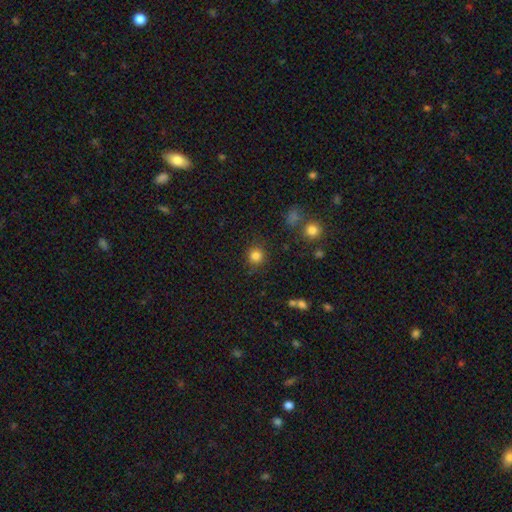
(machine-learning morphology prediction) A smooth galaxy with no disk features (83%) that is round (92%).

Vote fractions:
- Smooth or featured? smooth: 83% / star or artifact: 12% / featured or disk: 5%
- How rounded? round: 92% / in between: 7% / cigar-shaped: 1%
- Merging? none: 87% / minor disturbance: 8% / major disturbance: 3% / merger: 2%